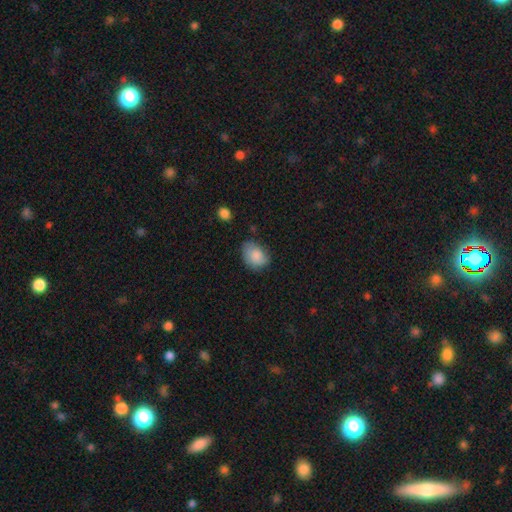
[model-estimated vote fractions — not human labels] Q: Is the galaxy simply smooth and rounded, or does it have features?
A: smooth — 83%.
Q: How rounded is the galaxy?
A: in between — 71%.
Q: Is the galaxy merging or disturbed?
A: none — 64%.